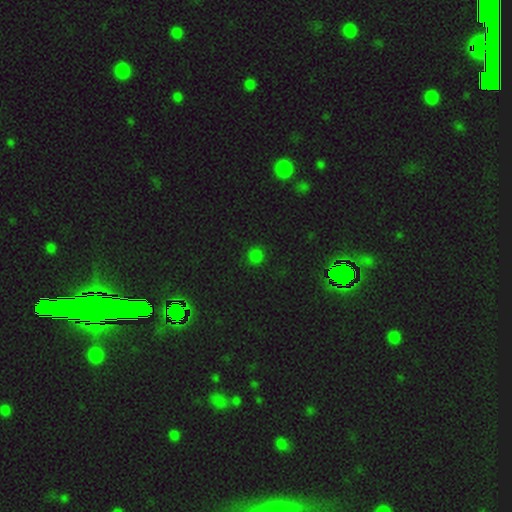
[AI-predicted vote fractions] Morphology: type=smooth (76%); roundness=round (92%); merging=none (90%).